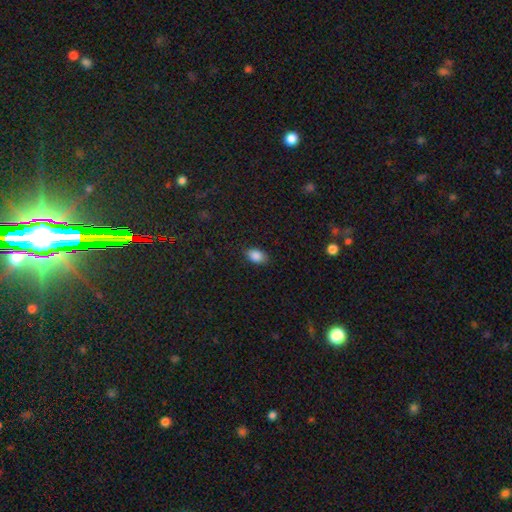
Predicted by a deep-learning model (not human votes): smooth-or-featured: smooth: 88% | star or artifact: 8% | featured or disk: 4%
  how-rounded: in between: 86% | round: 13% | cigar-shaped: 1%
  merging: none: 85% | minor disturbance: 12% | major disturbance: 3% | merger: 1%